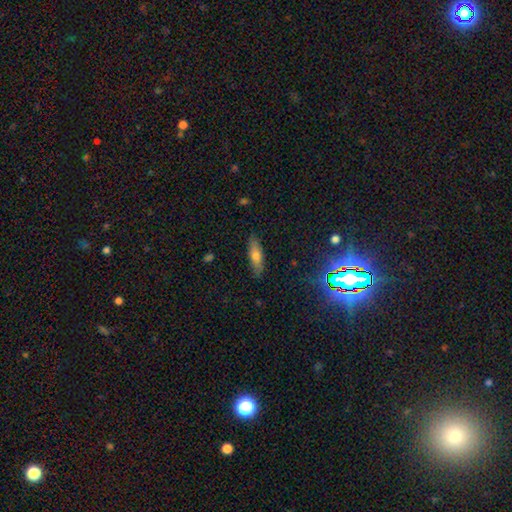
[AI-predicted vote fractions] A smooth galaxy with no disk features (67%) that is in between round and cigar-shaped (50%).

Vote fractions:
- Smooth or featured? smooth: 67% / featured or disk: 24% / star or artifact: 9%
- How rounded? in between: 50% / cigar-shaped: 48% / round: 3%
- Merging? none: 87% / minor disturbance: 10% / major disturbance: 2% / merger: 1%